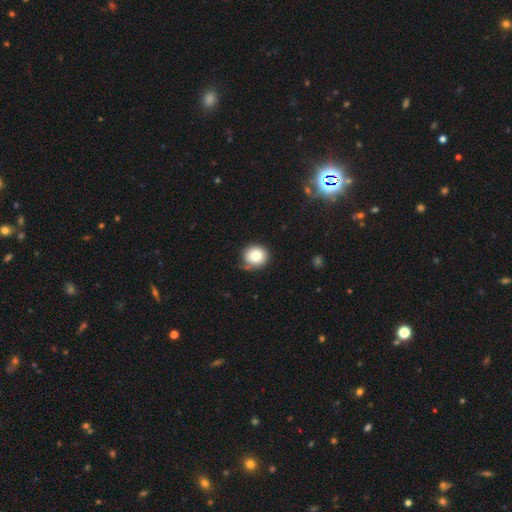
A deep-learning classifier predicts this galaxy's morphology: type=smooth (79%); roundness=round (86%); merging=none (68%).